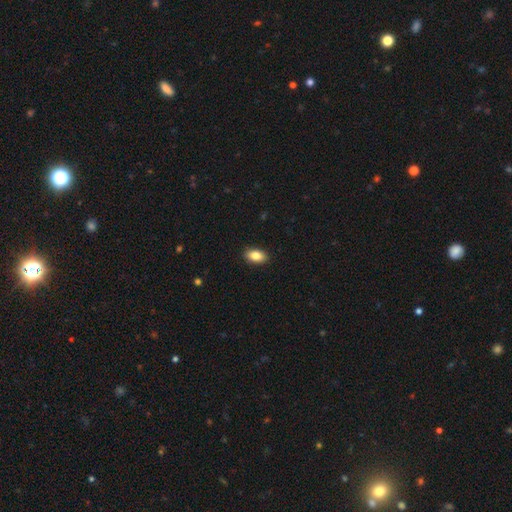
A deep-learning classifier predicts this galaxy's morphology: Smooth or featured? Predicted: smooth (p=0.85). How rounded? Predicted: in between (p=0.91). Merging? Predicted: none (p=0.90).